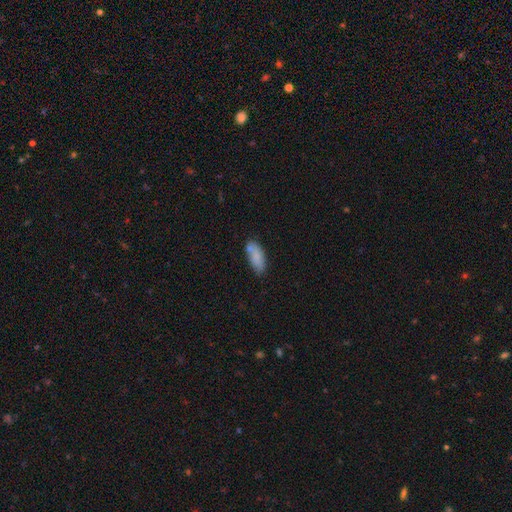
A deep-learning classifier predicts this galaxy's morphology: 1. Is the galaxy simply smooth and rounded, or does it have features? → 80% smooth, 13% featured or disk, 7% star or artifact.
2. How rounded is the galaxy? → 77% in between, 21% cigar-shaped, 2% round.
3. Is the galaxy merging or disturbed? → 64% none, 20% minor disturbance, 11% merger, 4% major disturbance.